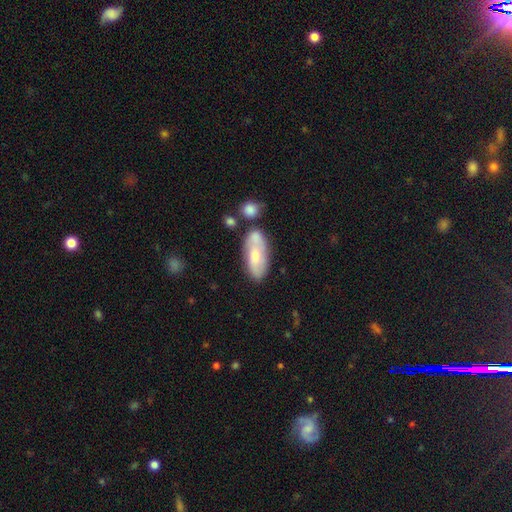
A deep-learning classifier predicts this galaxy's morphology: type=smooth (57%); roundness=in between (86%); merging=none (56%).